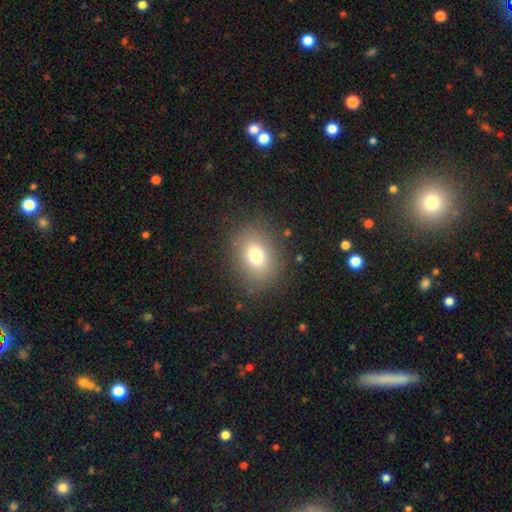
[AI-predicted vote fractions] Overall: smooth (74%). How rounded: in between (51%; round 48%). Merging: none (83%).